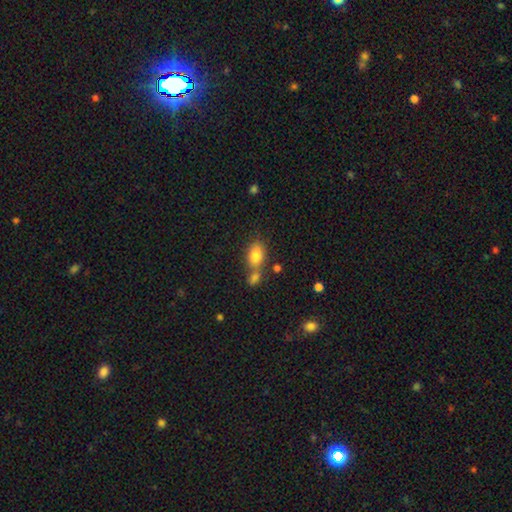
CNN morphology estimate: type=smooth (82%); roundness=in between (82%); merging=none (48%).